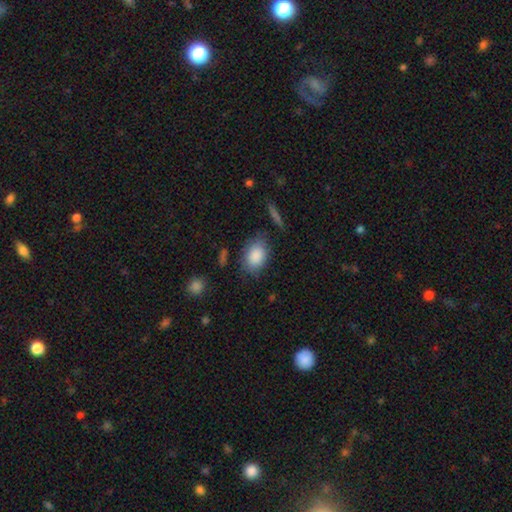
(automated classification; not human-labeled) Smooth or featured? smooth (87%)
How rounded? in between (78%)
Merging? none (75%)